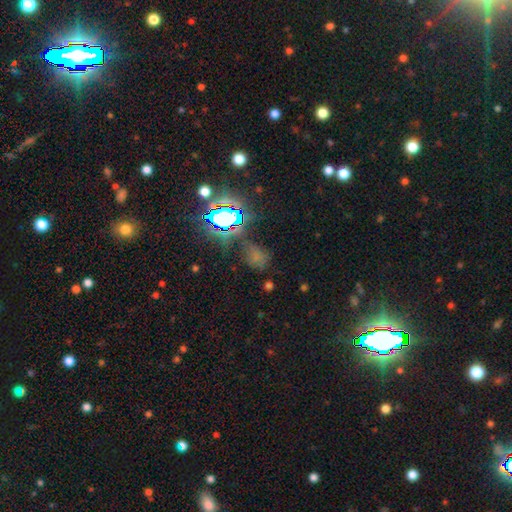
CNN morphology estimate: Smooth or featured? star or artifact (51%)